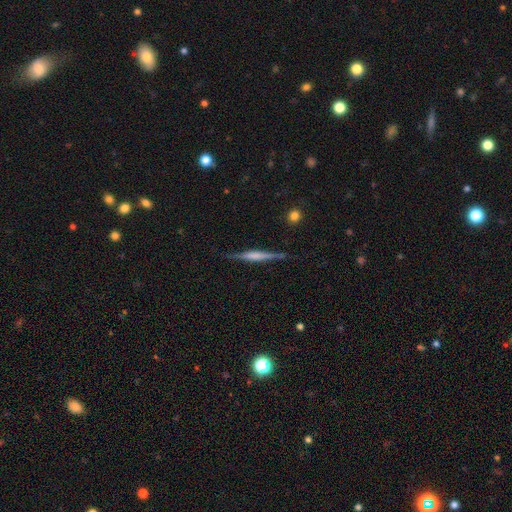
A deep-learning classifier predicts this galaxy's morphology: The model was most divided on "edge-on bulge": boxy: 38%, rounded: 37%, none: 25%. More confident: edge-on disk — yes (98%); merging — none (86%); smooth or featured — featured or disk (68%).